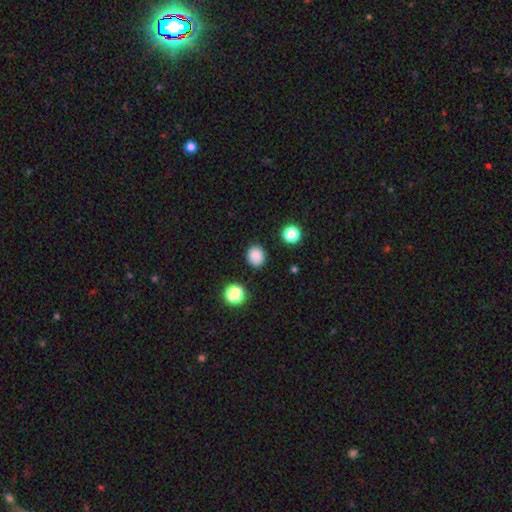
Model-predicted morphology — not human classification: smooth-or-featured: smooth: 85% | star or artifact: 12% | featured or disk: 4%
  how-rounded: round: 71% | in between: 28% | cigar-shaped: 1%
  merging: none: 87% | minor disturbance: 9% | major disturbance: 3% | merger: 2%